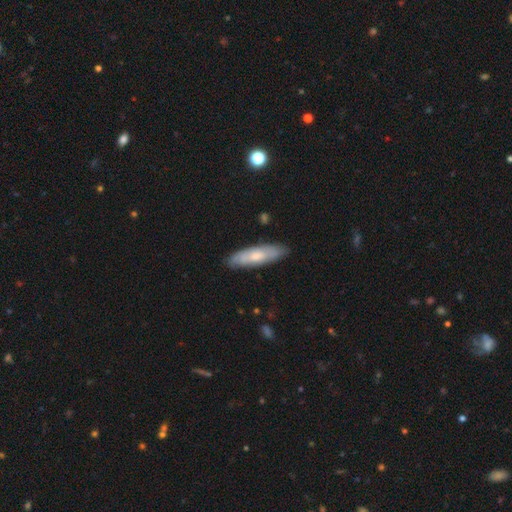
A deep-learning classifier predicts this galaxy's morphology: Smooth or featured: smooth — 56% (featured or disk — 39%)
How rounded: cigar-shaped — 57% (in between — 41%)
Merging: none — 82% (minor disturbance — 14%)